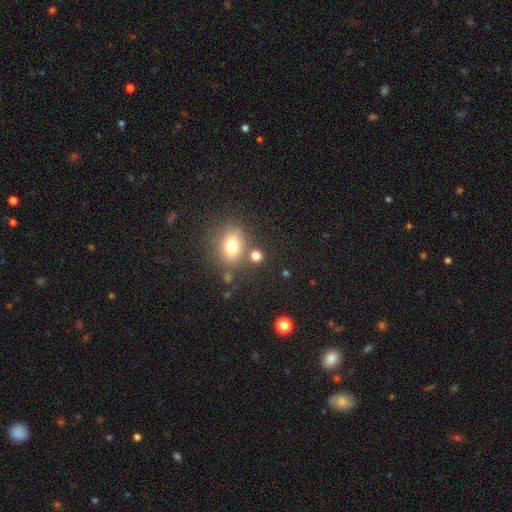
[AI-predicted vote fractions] Smooth or featured? smooth (75%)
How rounded? round (74%)
Merging? none (71%)